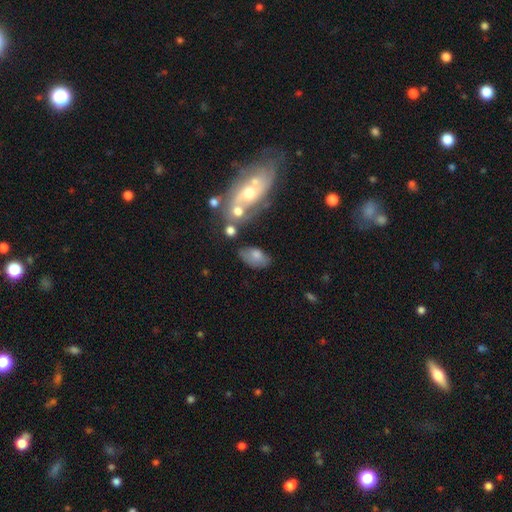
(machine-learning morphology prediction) This is likely a smooth galaxy (69%). How rounded: clearly in between (91%). Merging: possibly none (53%).